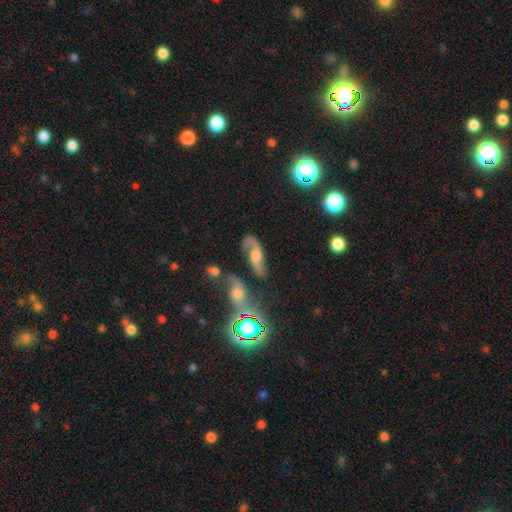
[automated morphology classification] Smooth or featured? featured or disk (73%)
Edge-on disk? no (91%)
Bar? no (52%)
Spiral arms? yes (93%)
Spiral winding? loose (60%)
Spiral arm count? 2 (89%)
Bulge size? moderate (50%)
Merging? none (57%)